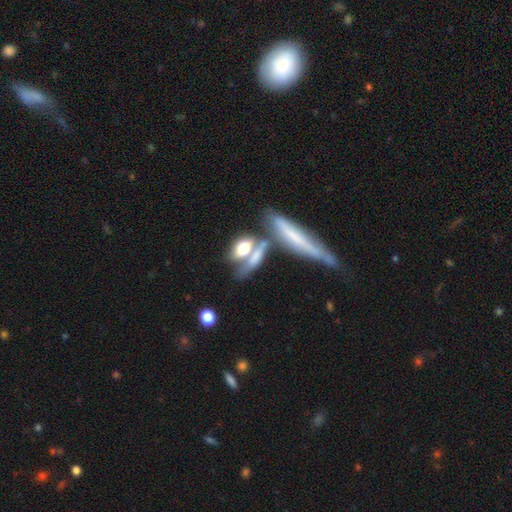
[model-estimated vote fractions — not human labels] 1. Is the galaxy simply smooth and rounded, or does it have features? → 58% smooth, 34% featured or disk, 8% star or artifact.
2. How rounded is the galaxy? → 55% in between, 38% cigar-shaped, 7% round.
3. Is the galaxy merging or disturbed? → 44% merger, 35% none, 13% minor disturbance, 8% major disturbance.